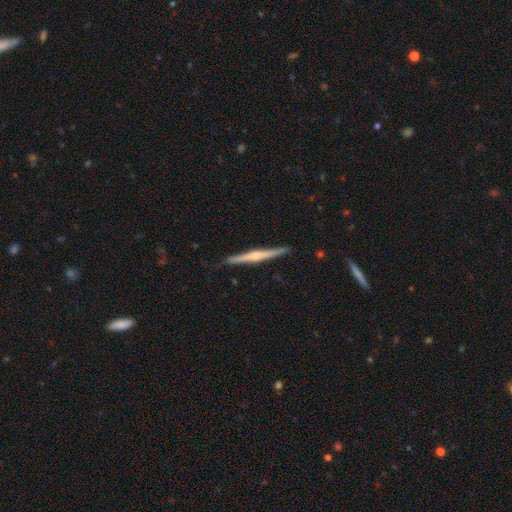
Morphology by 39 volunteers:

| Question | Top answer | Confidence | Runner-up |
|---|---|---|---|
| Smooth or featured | featured or disk | 90% | smooth (10%) |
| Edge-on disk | yes | 100% | — |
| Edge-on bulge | rounded | 91% | none (6%) |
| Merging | none | 90% | minor disturbance (10%) |